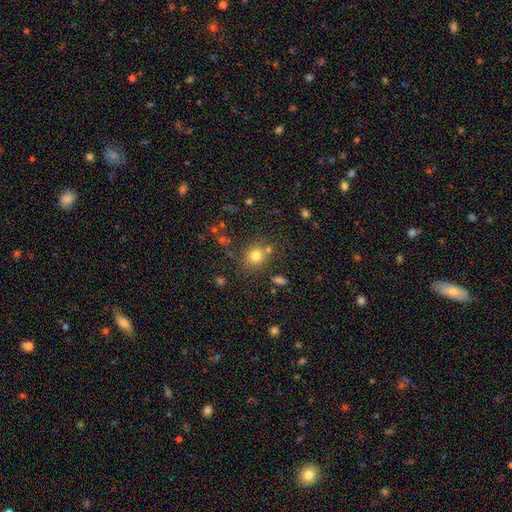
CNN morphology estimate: Smooth or featured?
  - smooth: 77% *
  - star or artifact: 15%
  - featured or disk: 8%
How rounded?
  - round: 79% *
  - in between: 20%
  - cigar-shaped: 1%
Merging?
  - none: 74% *
  - minor disturbance: 11%
  - merger: 10%
  - major disturbance: 4%